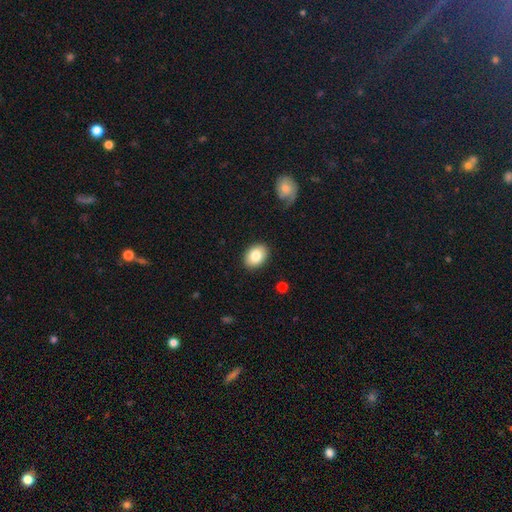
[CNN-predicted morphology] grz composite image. It shows a smooth galaxy with no disk features (82%) that is in between round and cigar-shaped (74%). Merging: none (88%).